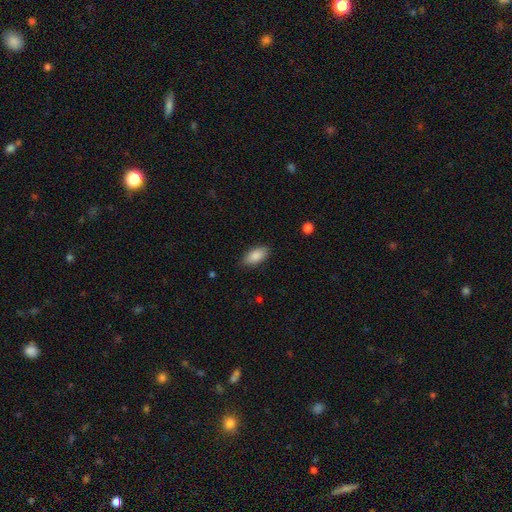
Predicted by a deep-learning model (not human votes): This is clearly a smooth galaxy (88%). How rounded: clearly in between (92%). Merging: clearly none (86%).